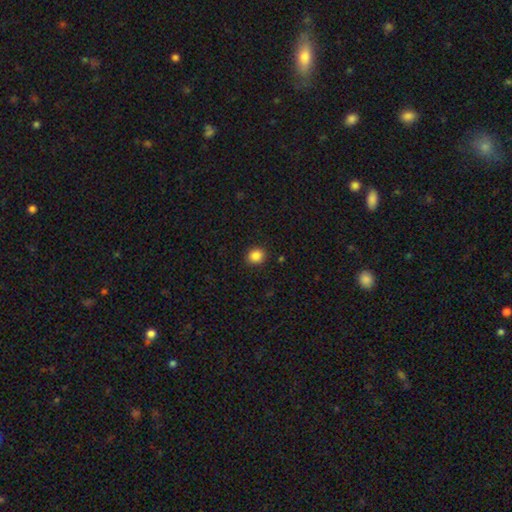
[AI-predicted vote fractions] This is clearly a smooth galaxy (86%). How rounded: likely round (78%). Merging: clearly none (90%).